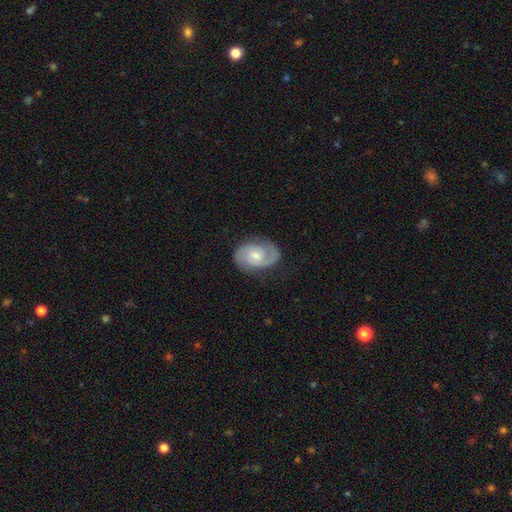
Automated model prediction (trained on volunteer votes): Smooth or featured? Predicted: featured or disk (p=0.83). Edge-on disk? Predicted: no (p=0.97). Bar? Predicted: weak (p=0.47). Spiral arms? Predicted: yes (p=0.96). Spiral winding? Predicted: tight (p=0.48). Spiral arm count? Predicted: 2 (p=0.86). Bulge size? Predicted: moderate (p=0.55). Merging? Predicted: none (p=0.79).